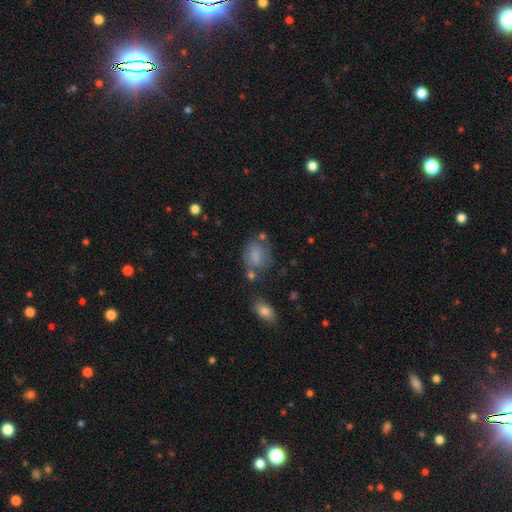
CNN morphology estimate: Smooth or featured: smooth — 74% (featured or disk — 16%)
How rounded: in between — 62% (round — 36%)
Merging: none — 49% (minor disturbance — 25%)